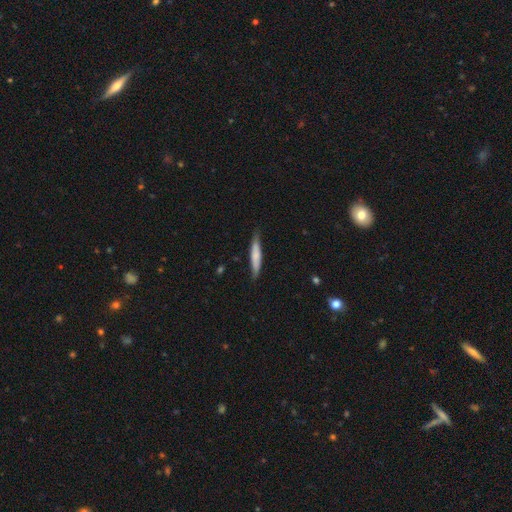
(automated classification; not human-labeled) A smooth galaxy with no disk features (66%) that is cigar-shaped (88%).

Vote fractions:
- Smooth or featured? smooth: 66% / featured or disk: 29% / star or artifact: 5%
- How rounded? cigar-shaped: 88% / in between: 10% / round: 1%
- Merging? none: 76% / minor disturbance: 20% / major disturbance: 3% / merger: 1%